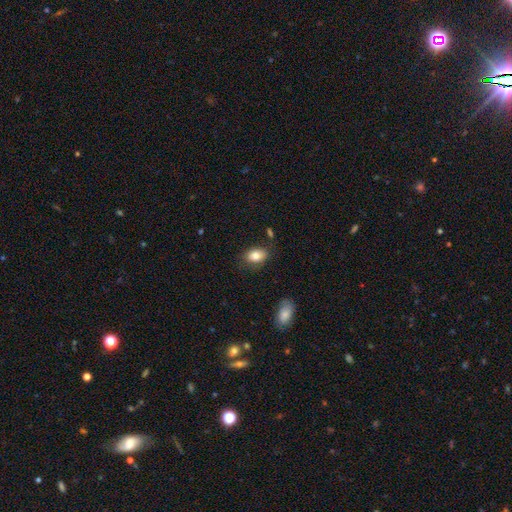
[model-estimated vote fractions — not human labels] This is clearly a smooth galaxy (83%). How rounded: clearly in between (86%). Merging: likely none (77%).